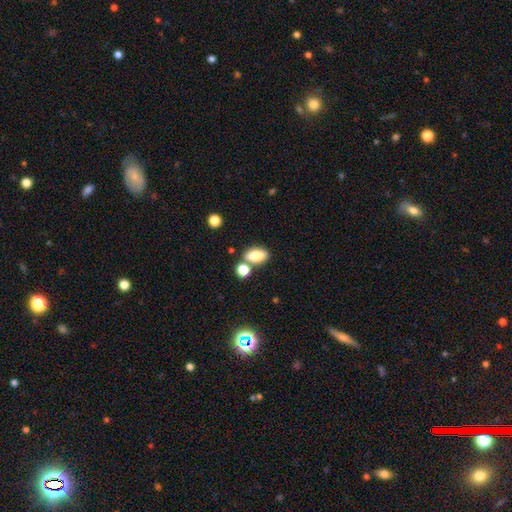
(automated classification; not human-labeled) A smooth galaxy with no disk features (77%) that is in between round and cigar-shaped (84%).

Vote fractions:
- Smooth or featured? smooth: 77% / featured or disk: 13% / star or artifact: 10%
- How rounded? in between: 84% / round: 10% / cigar-shaped: 6%
- Merging? none: 68% / merger: 18% / minor disturbance: 11% / major disturbance: 3%